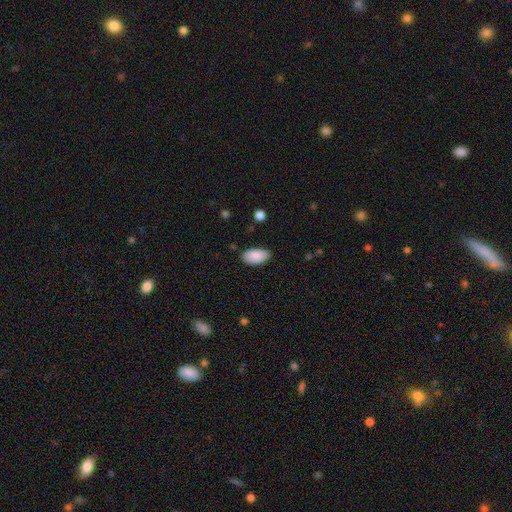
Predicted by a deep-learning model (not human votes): Smooth or featured? Predicted: smooth (p=0.87). How rounded? Predicted: in between (p=0.95). Merging? Predicted: none (p=0.85).